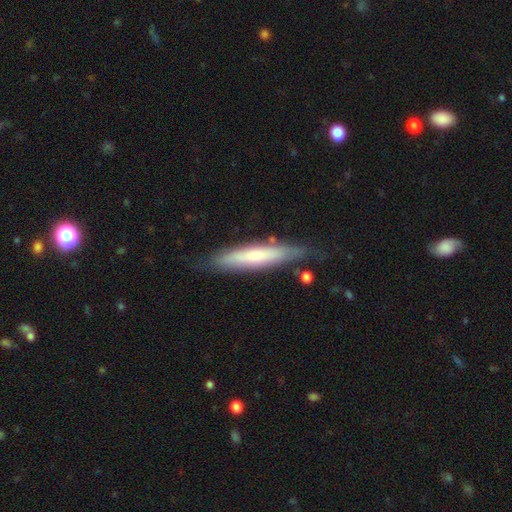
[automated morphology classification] Smooth or featured?
  - smooth: 57% *
  - featured or disk: 37%
  - star or artifact: 6%
How rounded?
  - cigar-shaped: 86% *
  - in between: 13%
  - round: 1%
Merging?
  - none: 76% *
  - minor disturbance: 18%
  - major disturbance: 4%
  - merger: 3%